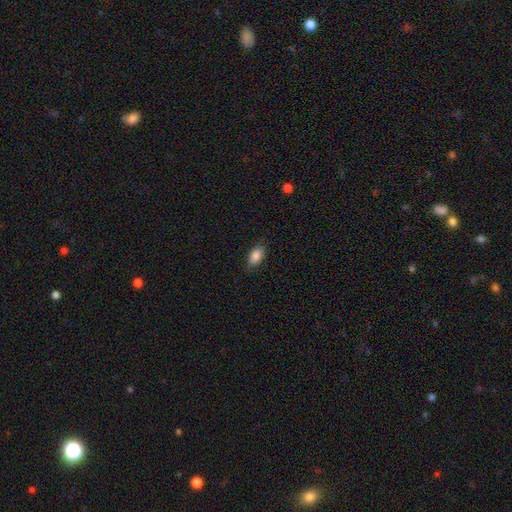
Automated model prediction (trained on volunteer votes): This is clearly a smooth galaxy (87%). How rounded: clearly in between (91%). Merging: clearly none (84%).